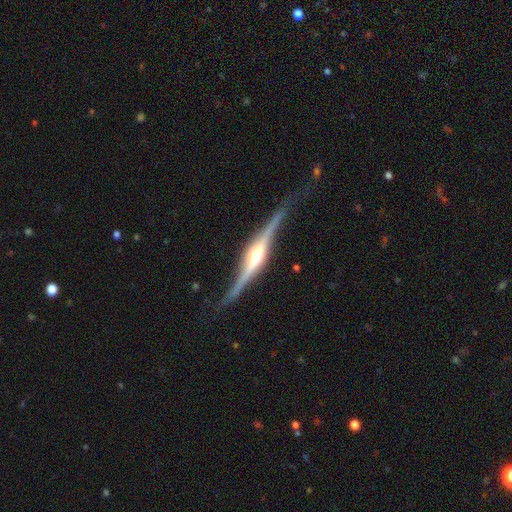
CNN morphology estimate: This is clearly a featured or disk galaxy (87%). It is clearly viewed edge-on (97%). Edge-on bulge: clearly rounded (88%). Merging: clearly none (84%).